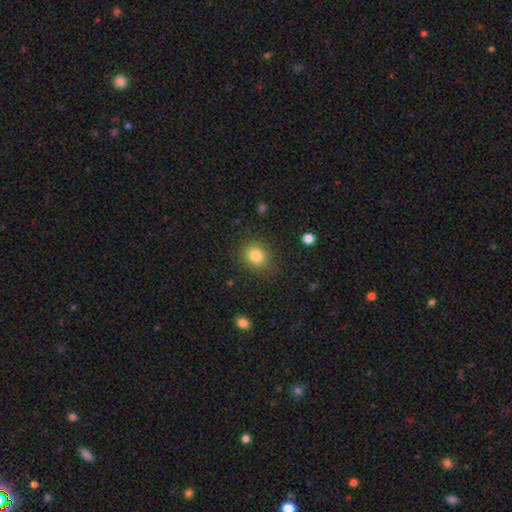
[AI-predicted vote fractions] smooth 82%, star or artifact 11%, featured or disk 7%. Down the decision tree: how rounded — round (70%); merging — none (85%).